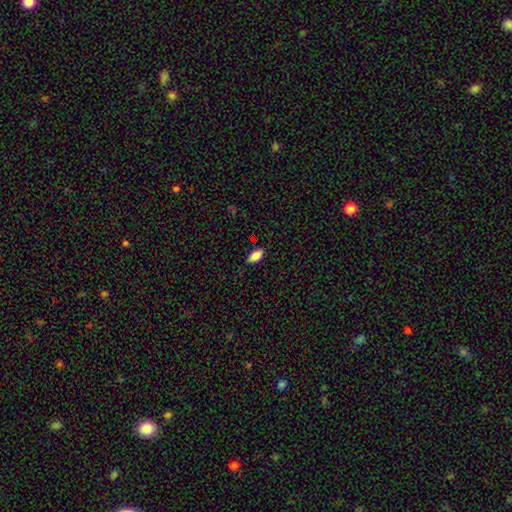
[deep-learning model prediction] Q: Smooth or featured?
A: smooth (86%); runner-up: star or artifact (8%)
Q: How rounded?
A: in between (91%); runner-up: cigar-shaped (6%)
Q: Merging?
A: none (83%); runner-up: minor disturbance (13%)